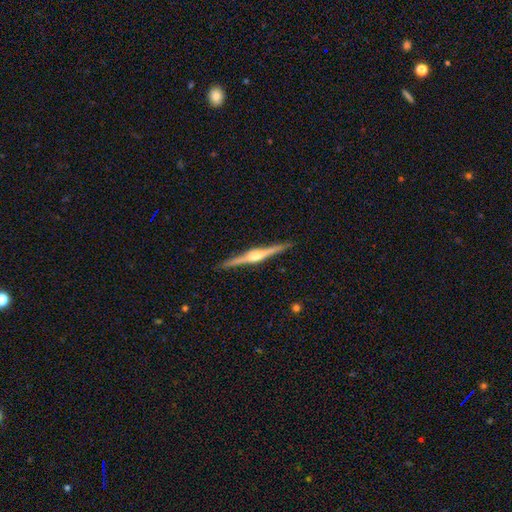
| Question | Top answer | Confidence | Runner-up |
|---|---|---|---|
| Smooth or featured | featured or disk | 84% | smooth (8%) |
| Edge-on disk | yes | 100% | — |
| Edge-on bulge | rounded | 88% | boxy (12%) |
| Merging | none | 89% | minor disturbance (9%) |